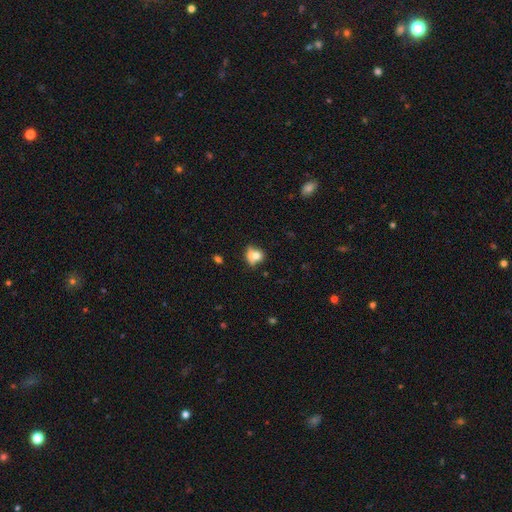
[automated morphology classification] A smooth galaxy with no disk features (70%) that is round (59%).

Vote fractions:
- Smooth or featured? smooth: 70% / featured or disk: 18% / star or artifact: 11%
- How rounded? round: 59% / in between: 39% / cigar-shaped: 2%
- Merging? none: 40% / minor disturbance: 25% / merger: 22% / major disturbance: 13%